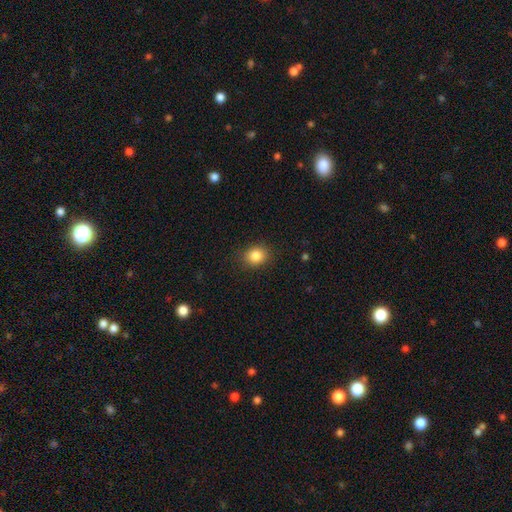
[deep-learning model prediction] The model was most divided on "how rounded": round: 61%, in between: 38%, cigar-shaped: 1%. More confident: merging — none (86%); smooth or featured — smooth (85%).